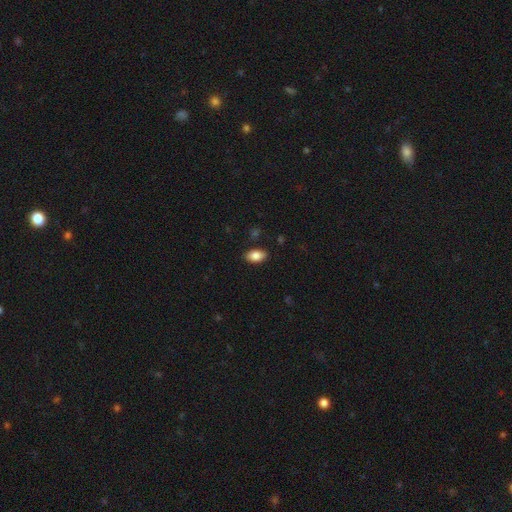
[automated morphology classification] smooth 83%, featured or disk 10%, star or artifact 7%. Down the decision tree: how rounded — in between (92%); merging — none (87%).